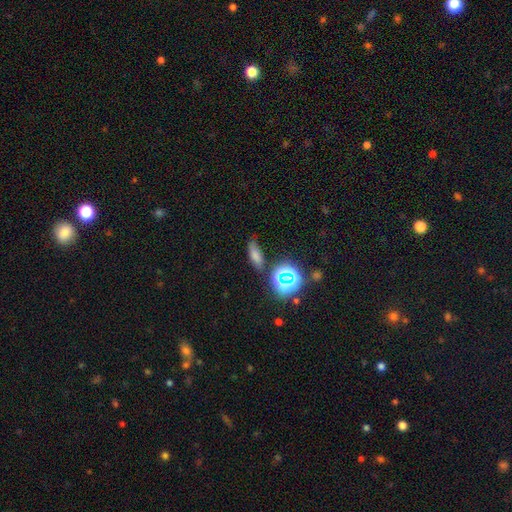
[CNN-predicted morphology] A smooth galaxy with no disk features (67%) that is in between round and cigar-shaped (61%). Merging: none (69%).